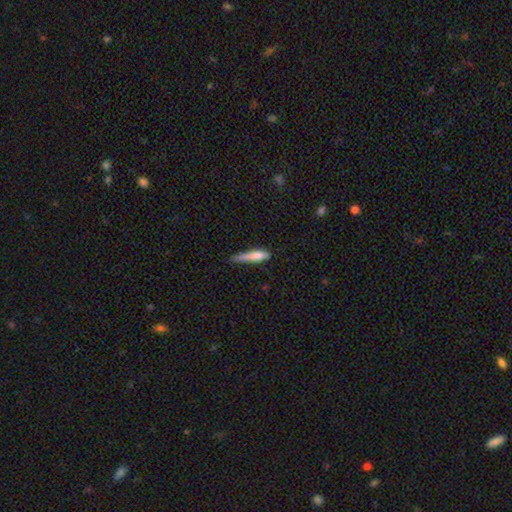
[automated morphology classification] This is likely a smooth galaxy (74%). How rounded: clearly cigar-shaped (83%). Merging: marginally none (42%).